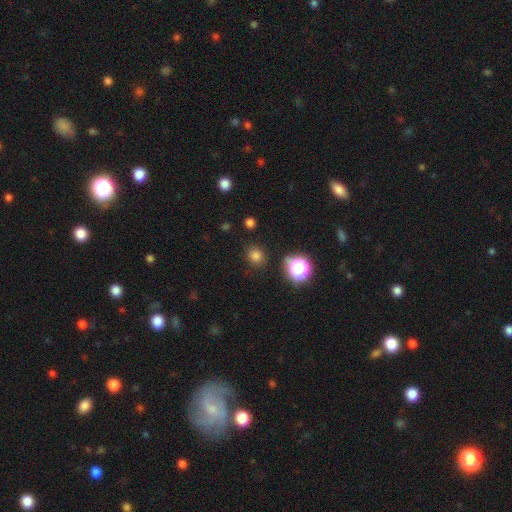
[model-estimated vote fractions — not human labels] smooth_or_featured: smooth (p=0.76) [alt: star or artifact p=0.19]
how_rounded: round (p=0.84) [alt: in between p=0.15]
merging: none (p=0.87) [alt: minor disturbance p=0.08]